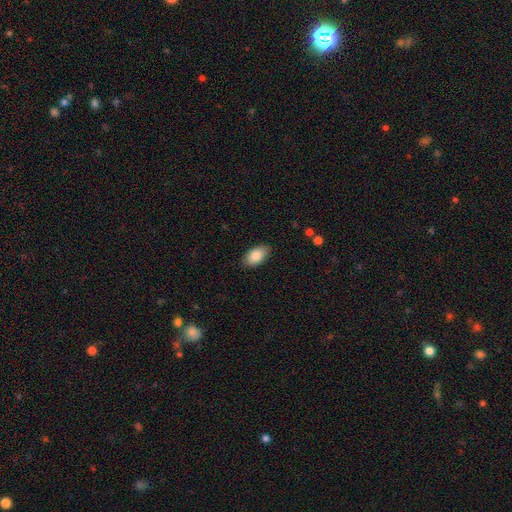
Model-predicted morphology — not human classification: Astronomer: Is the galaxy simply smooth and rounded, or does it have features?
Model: smooth — 85%.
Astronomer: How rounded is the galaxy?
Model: in between — 93%.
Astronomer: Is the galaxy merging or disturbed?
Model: none — 86%.